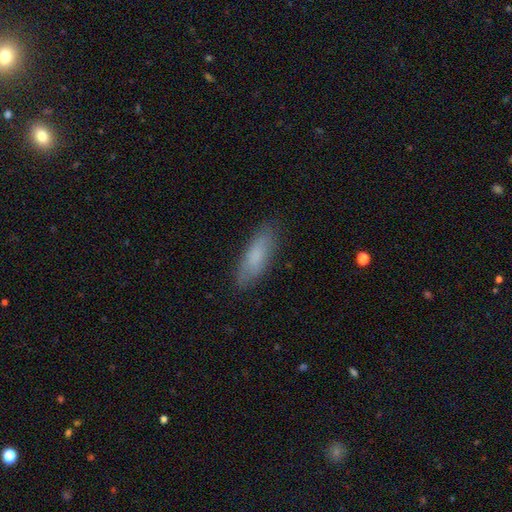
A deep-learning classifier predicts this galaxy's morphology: A smooth galaxy with no disk features (77%) that is in between round and cigar-shaped (50%). Merging: none (84%).